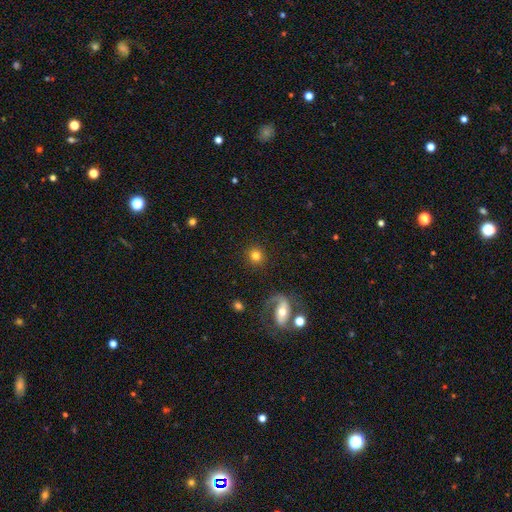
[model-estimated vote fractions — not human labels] This appears to be a smooth galaxy with no disk features (77%) that is round (92%). Merging: none (89%).